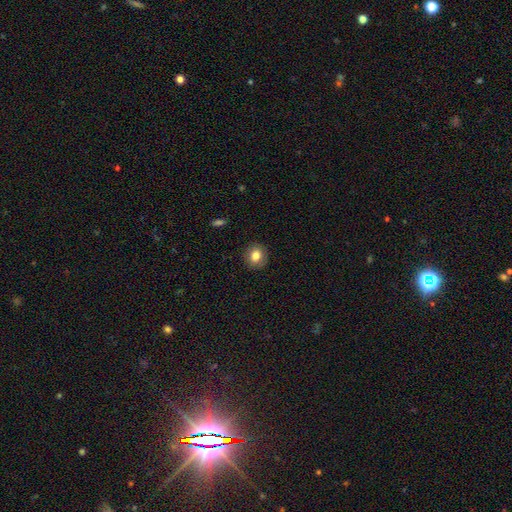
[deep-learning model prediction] Morphology: type=smooth (82%); roundness=round (75%); merging=none (89%).